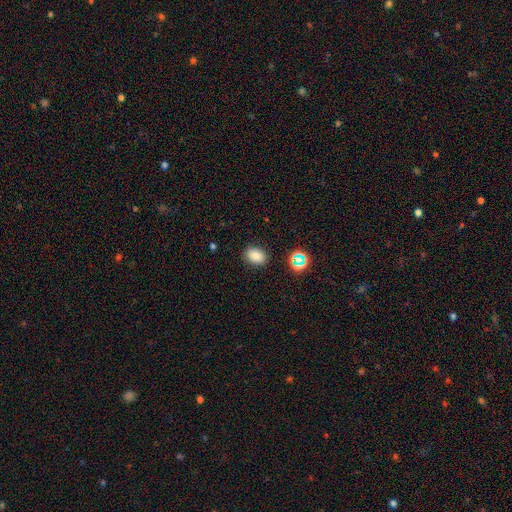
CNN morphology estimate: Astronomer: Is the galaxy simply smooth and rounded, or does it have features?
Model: smooth — 78%.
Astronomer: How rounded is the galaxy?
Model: in between — 70%.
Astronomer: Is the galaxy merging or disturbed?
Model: none — 86%.